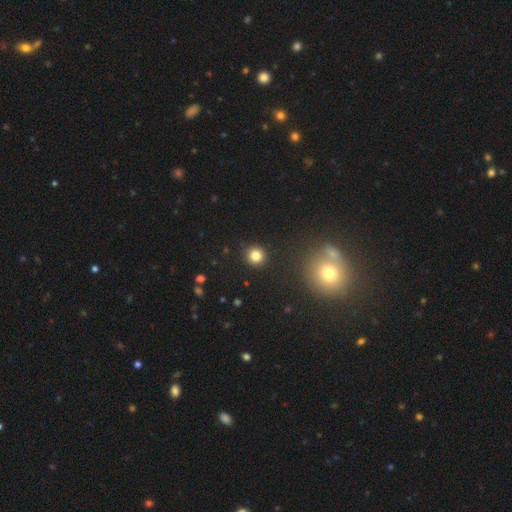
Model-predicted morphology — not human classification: smooth-or-featured: smooth: 82% | star or artifact: 13% | featured or disk: 6%
  how-rounded: round: 94% | in between: 5% | cigar-shaped: 1%
  merging: none: 91% | minor disturbance: 5% | major disturbance: 2% | merger: 2%